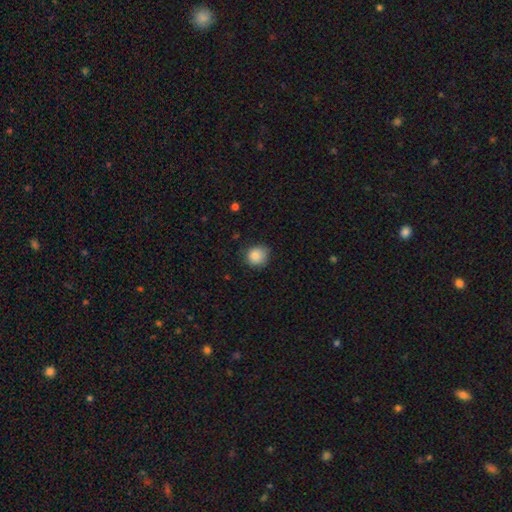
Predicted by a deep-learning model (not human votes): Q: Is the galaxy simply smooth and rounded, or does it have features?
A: smooth — 86%.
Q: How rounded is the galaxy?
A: round — 83%.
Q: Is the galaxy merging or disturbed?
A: none — 74%.